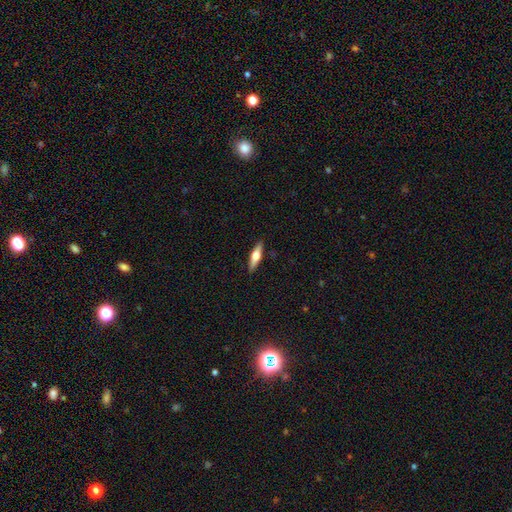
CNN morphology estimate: Smooth or featured? featured or disk (49%)
Merging? none (90%)